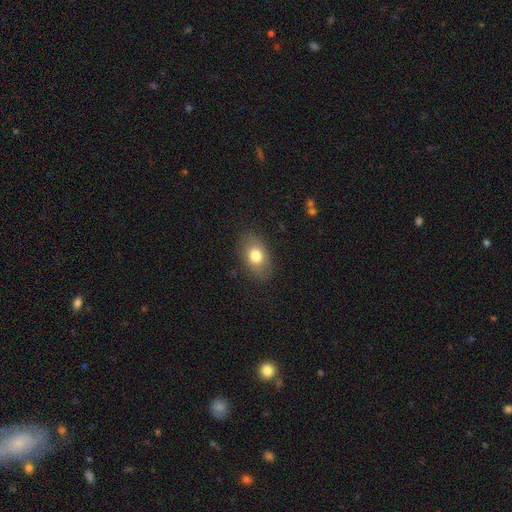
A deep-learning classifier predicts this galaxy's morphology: This appears to be a smooth galaxy with no disk features (75%) that is in between round and cigar-shaped (86%). Merging: none (83%).